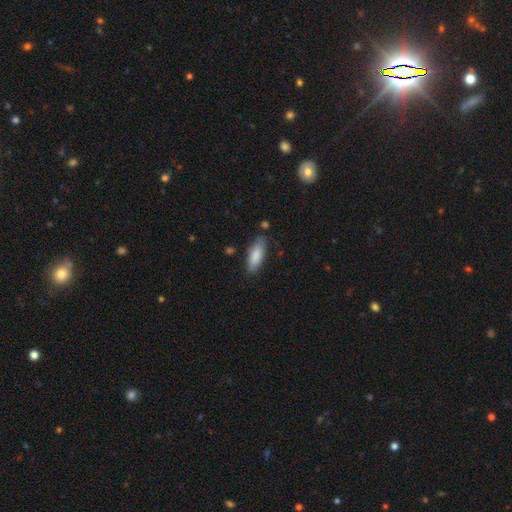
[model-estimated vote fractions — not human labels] smooth-or-featured: smooth: 85% | featured or disk: 10% | star or artifact: 6%
  how-rounded: in between: 68% | cigar-shaped: 31% | round: 2%
  merging: none: 80% | minor disturbance: 15% | major disturbance: 3% | merger: 3%